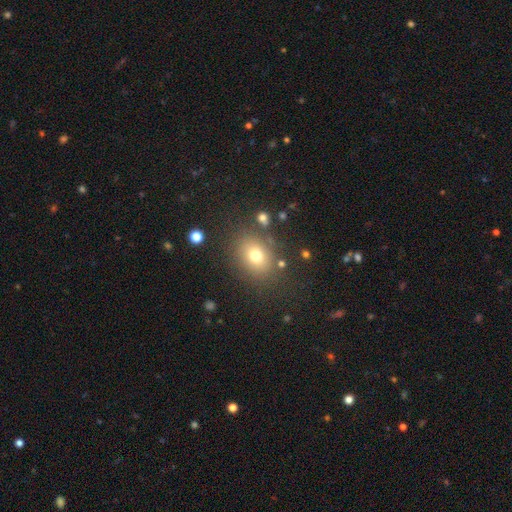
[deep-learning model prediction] smooth 74%, star or artifact 14%, featured or disk 13%. Down the decision tree: how rounded — in between (54%); merging — none (79%).